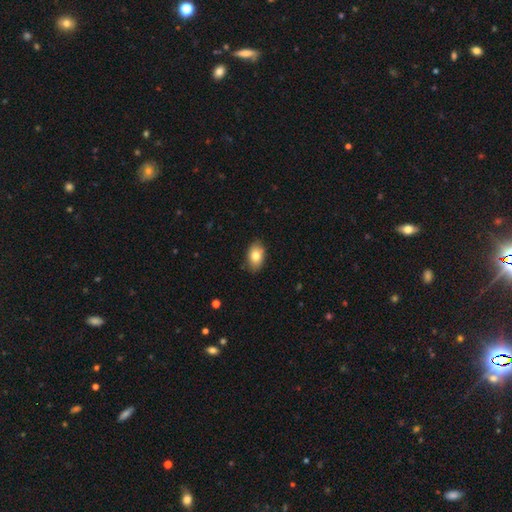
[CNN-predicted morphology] Q: Smooth or featured?
A: smooth (80%); runner-up: featured or disk (12%)
Q: How rounded?
A: in between (88%); runner-up: round (10%)
Q: Merging?
A: none (84%); runner-up: minor disturbance (13%)